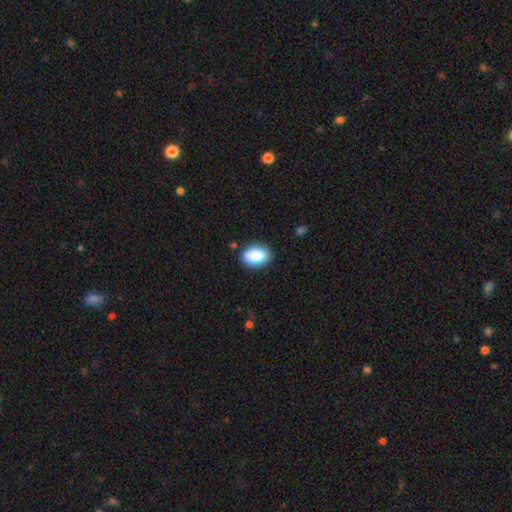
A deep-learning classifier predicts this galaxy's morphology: This is clearly a smooth galaxy (86%). How rounded: clearly in between (85%). Merging: clearly none (85%).